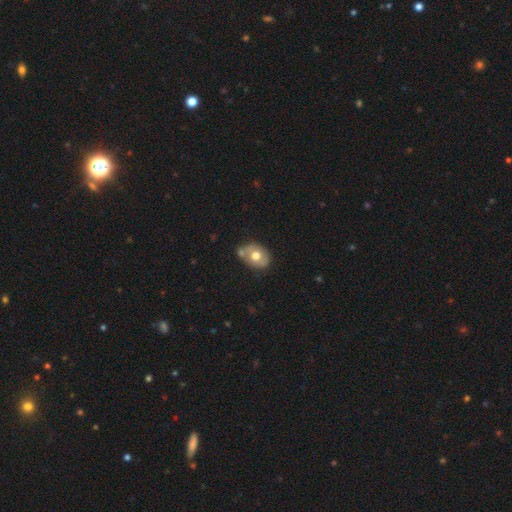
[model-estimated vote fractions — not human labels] This is likely a smooth galaxy (61%). How rounded: possibly in between (60%). Merging: possibly none (54%).